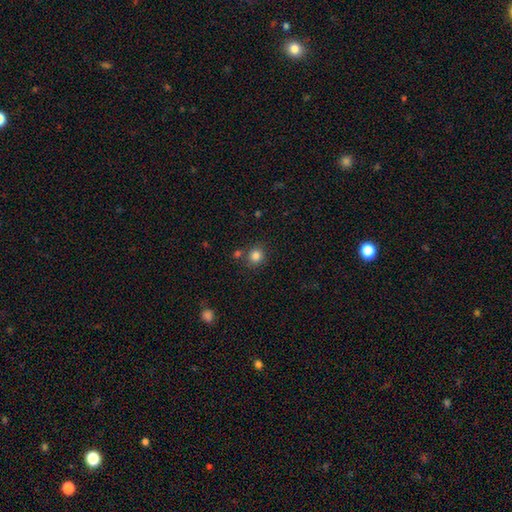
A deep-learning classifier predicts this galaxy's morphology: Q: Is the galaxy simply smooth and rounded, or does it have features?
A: smooth — 83%.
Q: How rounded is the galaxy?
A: round — 89%.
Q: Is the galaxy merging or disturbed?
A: none — 78%.